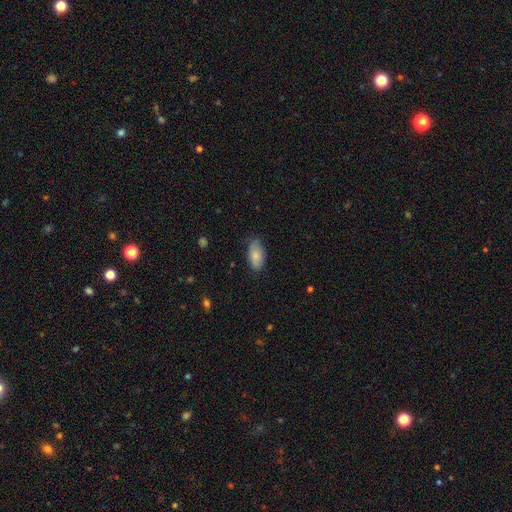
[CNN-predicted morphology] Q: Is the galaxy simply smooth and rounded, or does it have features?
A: smooth — 82%.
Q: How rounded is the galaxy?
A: in between — 94%.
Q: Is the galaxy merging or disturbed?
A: none — 76%.